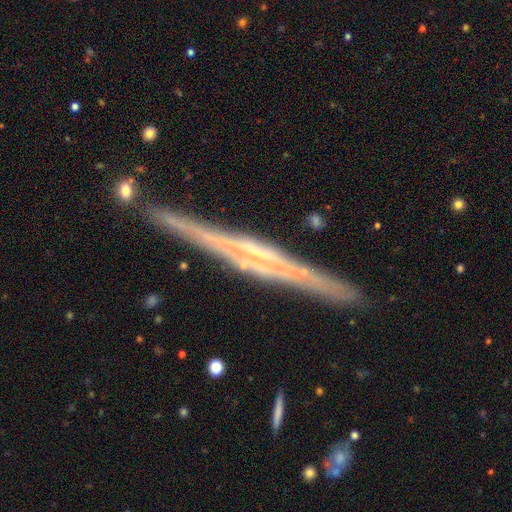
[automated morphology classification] featured or disk 83%, smooth 10%, star or artifact 7%. Down the decision tree: edge-on disk — yes (97%); edge-on bulge — none (41%); merging — none (88%).